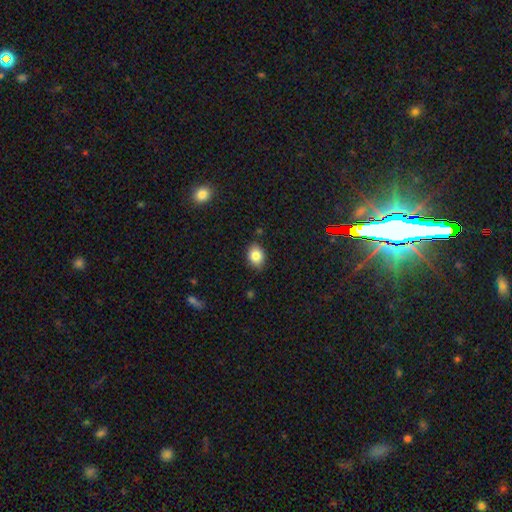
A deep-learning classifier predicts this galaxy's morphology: smooth-or-featured: smooth: 84% | star or artifact: 9% | featured or disk: 7%
  how-rounded: in between: 66% | round: 33% | cigar-shaped: 1%
  merging: none: 85% | minor disturbance: 12% | major disturbance: 2% | merger: 2%